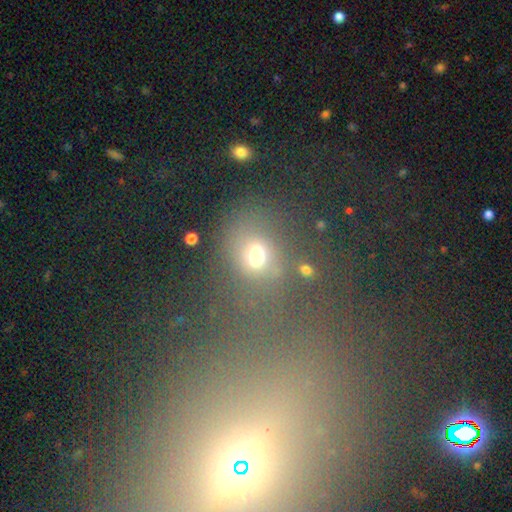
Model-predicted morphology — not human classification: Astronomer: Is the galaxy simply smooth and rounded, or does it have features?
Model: smooth — 66%.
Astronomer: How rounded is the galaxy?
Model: in between — 51% (runner-up: round, 47%).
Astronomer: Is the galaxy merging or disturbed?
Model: none — 57%.